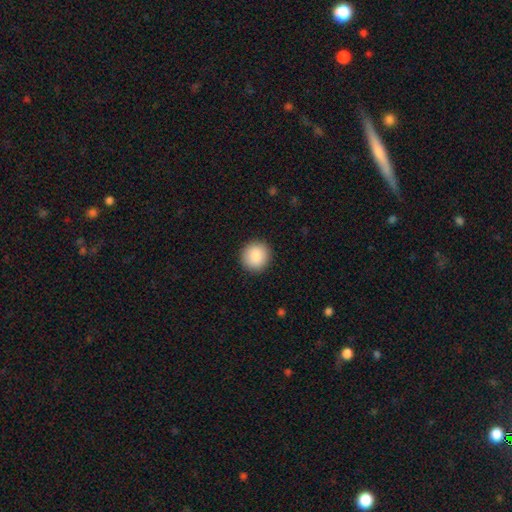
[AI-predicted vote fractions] A smooth galaxy with no disk features (88%) that is round (93%). Merging: none (92%).